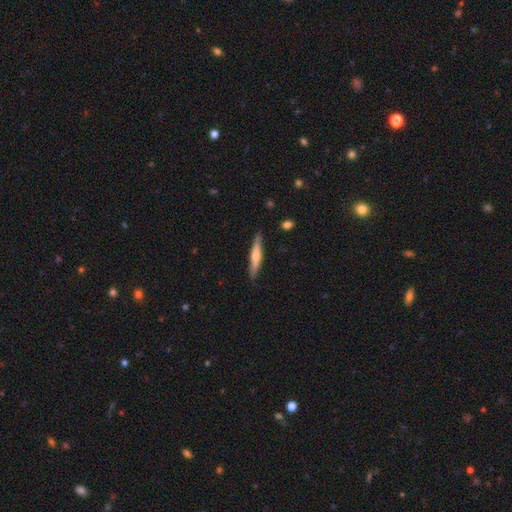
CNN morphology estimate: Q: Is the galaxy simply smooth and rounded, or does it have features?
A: featured or disk — 48%.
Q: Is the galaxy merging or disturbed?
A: none — 85%.